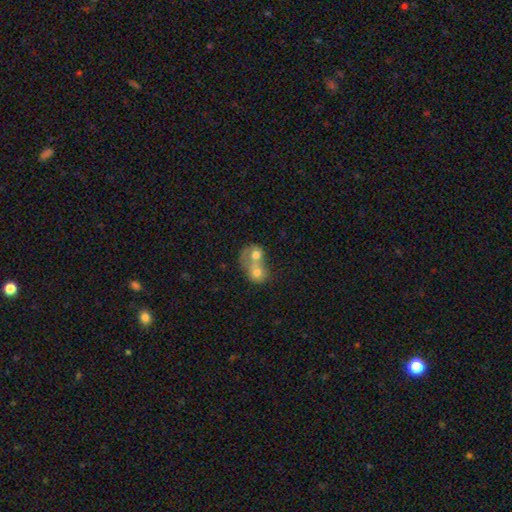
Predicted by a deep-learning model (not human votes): Smooth or featured?
  - smooth: 66% *
  - featured or disk: 26%
  - star or artifact: 8%
How rounded?
  - round: 60% *
  - in between: 39%
  - cigar-shaped: 1%
Merging?
  - merger: 83% *
  - none: 10%
  - minor disturbance: 4%
  - major disturbance: 4%